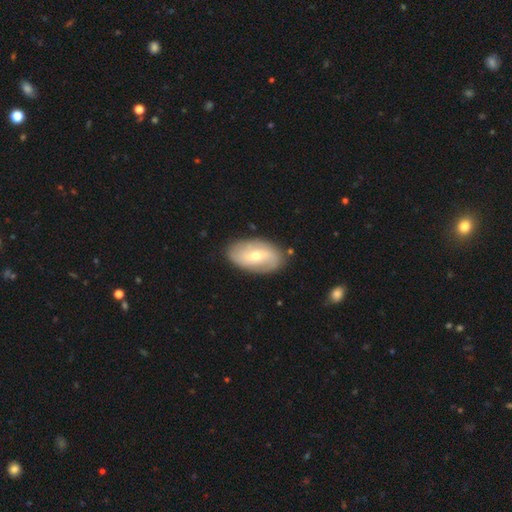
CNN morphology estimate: Overall: featured or disk (56%; smooth 38%). Edge-on disk: no (92%). Bar: no (42%, tied with weak). Spiral arms: yes (68%; no 32%). Bulge size: moderate (55%; small 40%). Merging: none (82%).